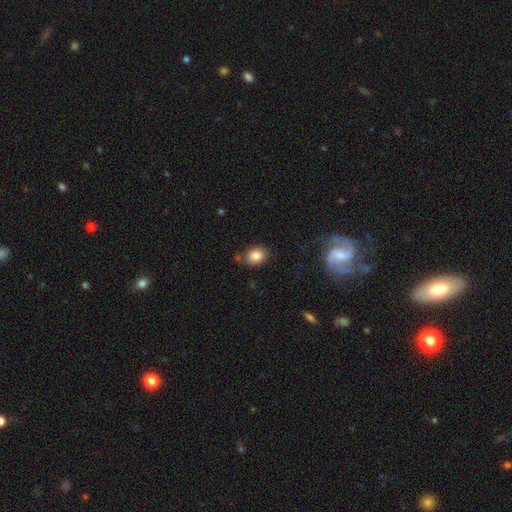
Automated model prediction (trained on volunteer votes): Smooth or featured? smooth (83%)
How rounded? in between (64%)
Merging? none (74%)